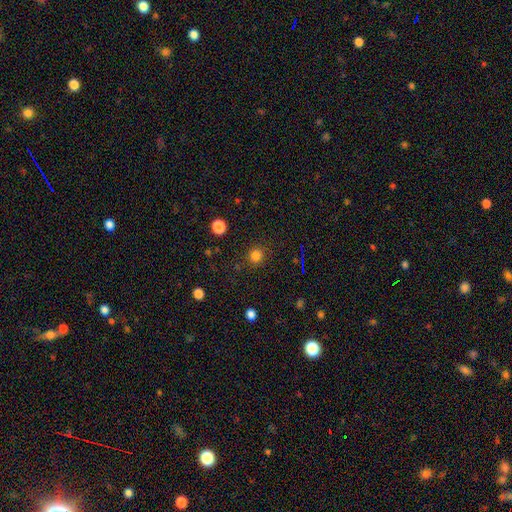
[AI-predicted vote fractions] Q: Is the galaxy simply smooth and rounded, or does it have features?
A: smooth — 80%.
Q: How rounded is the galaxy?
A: round — 90%.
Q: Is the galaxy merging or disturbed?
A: none — 87%.